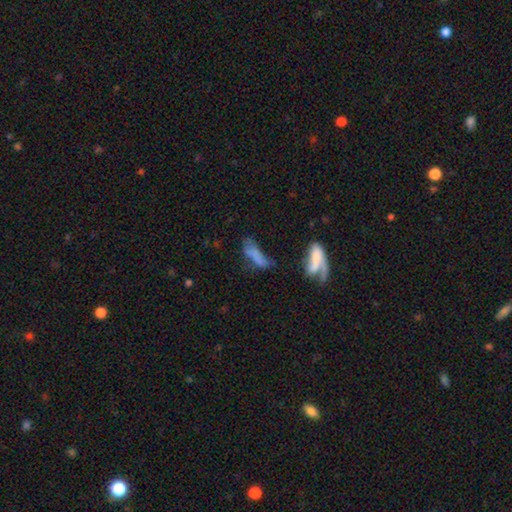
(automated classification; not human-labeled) Q: Smooth or featured?
A: smooth (65%); runner-up: featured or disk (23%)
Q: How rounded?
A: cigar-shaped (51%); runner-up: in between (46%)
Q: Merging?
A: none (30%); runner-up: major disturbance (26%)